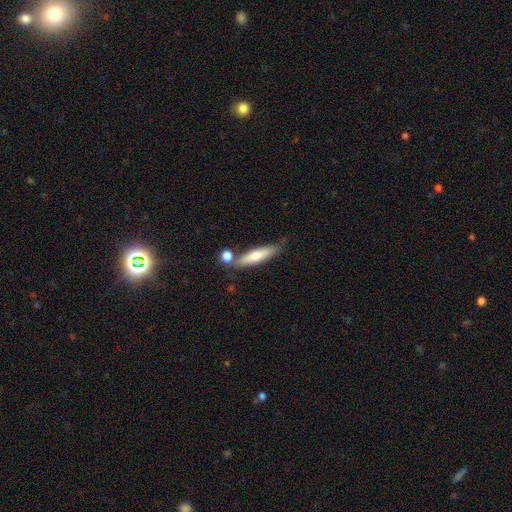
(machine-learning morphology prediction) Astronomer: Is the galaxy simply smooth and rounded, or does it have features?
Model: smooth — 63%.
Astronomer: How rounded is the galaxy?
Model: cigar-shaped — 82%.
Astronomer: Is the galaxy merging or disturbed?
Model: none — 71%.